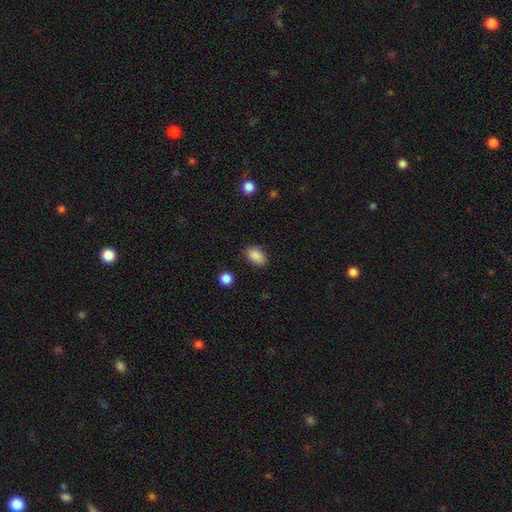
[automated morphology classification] smooth-or-featured: smooth: 88% | star or artifact: 8% | featured or disk: 3%
  how-rounded: in between: 89% | round: 10% | cigar-shaped: 2%
  merging: none: 85% | minor disturbance: 11% | major disturbance: 3% | merger: 2%